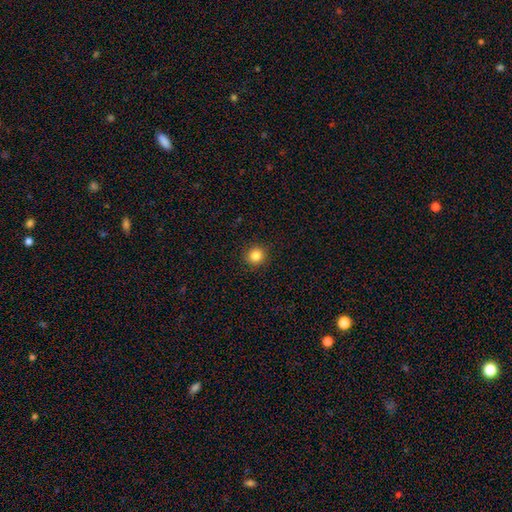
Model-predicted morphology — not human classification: This is clearly a smooth galaxy (85%). How rounded: clearly round (94%). Merging: clearly none (92%).